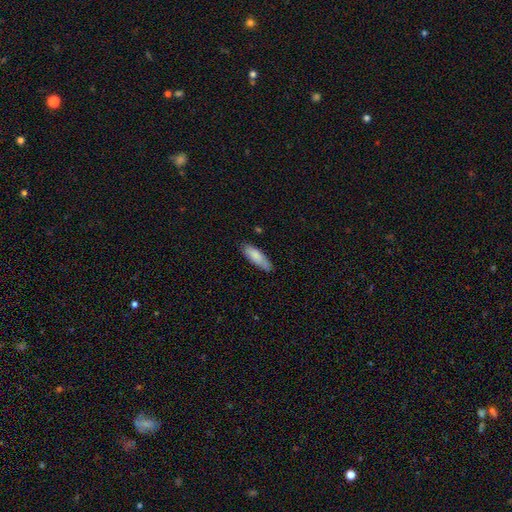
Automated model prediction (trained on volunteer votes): This appears to be a smooth galaxy with no disk features (83%) that is in between round and cigar-shaped (54%). Merging: none (71%).